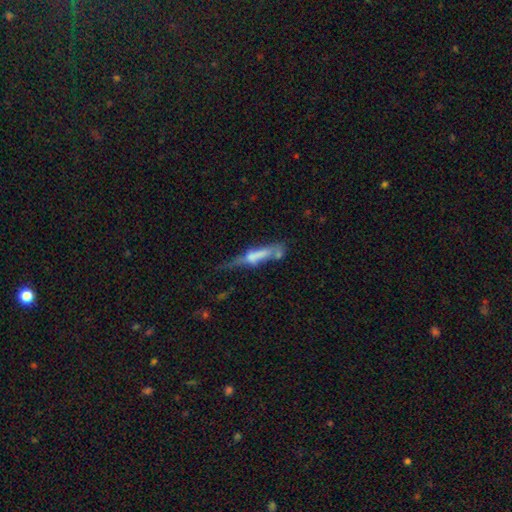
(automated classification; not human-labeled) Smooth or featured?
  - smooth: 48% *
  - featured or disk: 44%
  - star or artifact: 9%
Merging?
  - none: 32% *
  - minor disturbance: 25%
  - major disturbance: 24%
  - merger: 19%